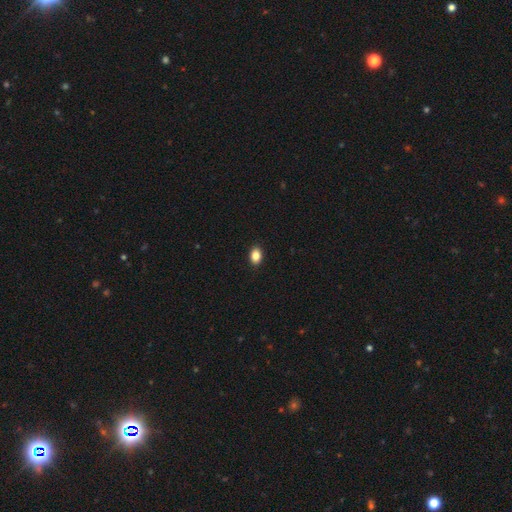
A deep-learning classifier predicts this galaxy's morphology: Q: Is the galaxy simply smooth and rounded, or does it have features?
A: smooth — 87%.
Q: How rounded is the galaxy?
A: in between — 80%.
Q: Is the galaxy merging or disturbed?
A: none — 91%.